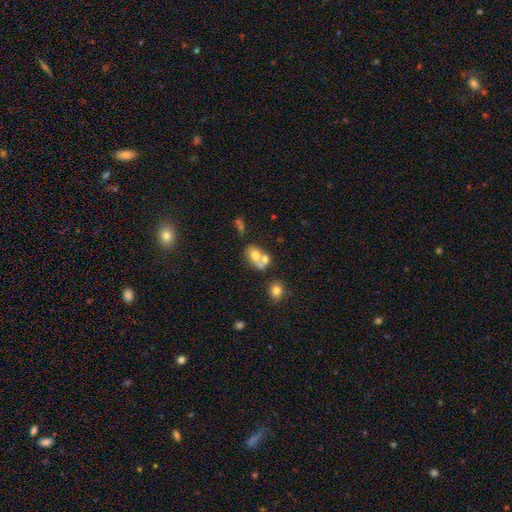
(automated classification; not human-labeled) Smooth or featured? Predicted: smooth (p=0.65). How rounded? Predicted: in between (p=0.64). Merging? Predicted: merger (p=0.59).